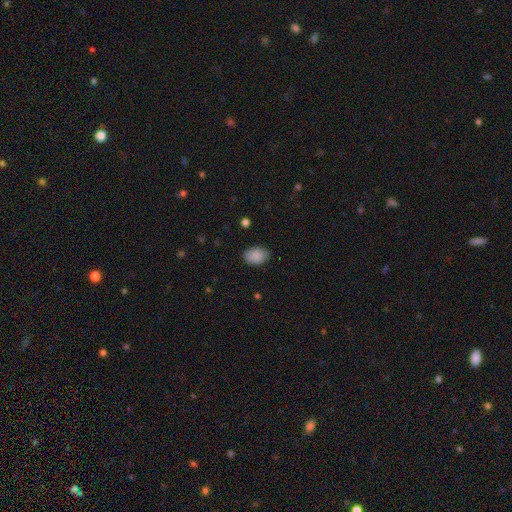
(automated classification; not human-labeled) smooth 89%, star or artifact 7%, featured or disk 4%. Down the decision tree: how rounded — in between (80%); merging — none (84%).